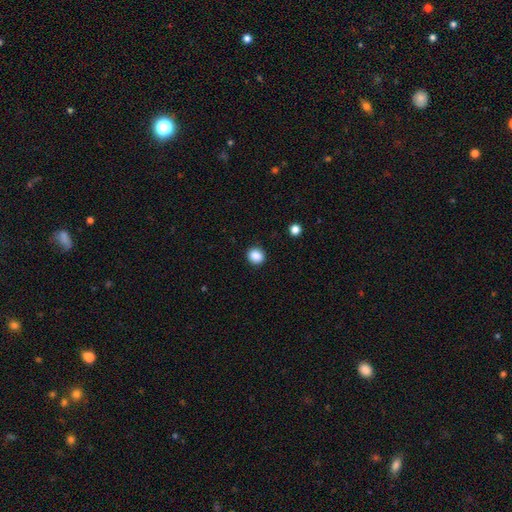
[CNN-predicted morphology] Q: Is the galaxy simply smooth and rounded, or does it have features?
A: smooth — 87%.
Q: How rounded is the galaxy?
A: round — 82%.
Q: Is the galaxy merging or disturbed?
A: none — 91%.